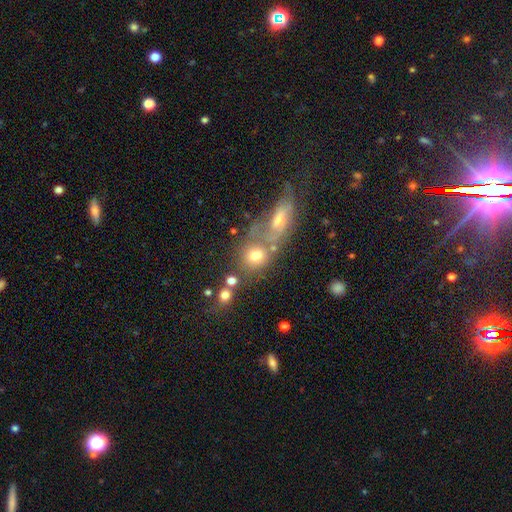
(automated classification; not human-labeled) smooth_or_featured: smooth (p=0.70) [alt: featured or disk p=0.17]
how_rounded: round (p=0.63) [alt: in between p=0.34]
merging: none (p=0.41) [alt: merger p=0.40]